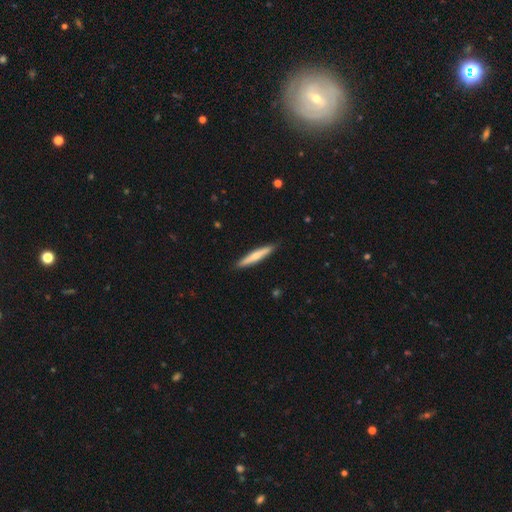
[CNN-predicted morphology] Smooth or featured? Predicted: smooth (p=0.61). How rounded? Predicted: cigar-shaped (p=0.93). Merging? Predicted: none (p=0.90).